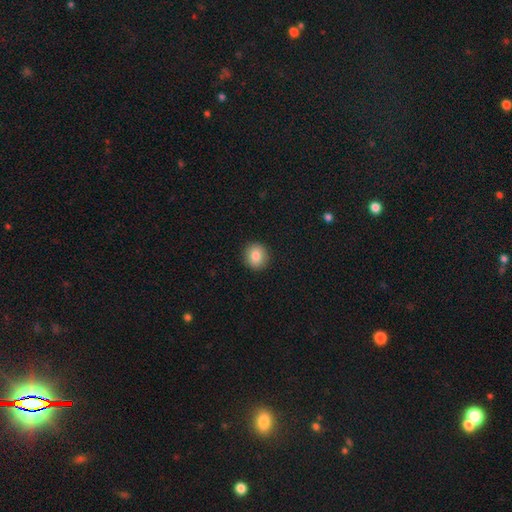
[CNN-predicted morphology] Smooth or featured?
  - smooth: 84% *
  - star or artifact: 9%
  - featured or disk: 7%
How rounded?
  - round: 88% *
  - in between: 11%
  - cigar-shaped: 1%
Merging?
  - none: 92% *
  - minor disturbance: 6%
  - major disturbance: 2%
  - merger: 1%